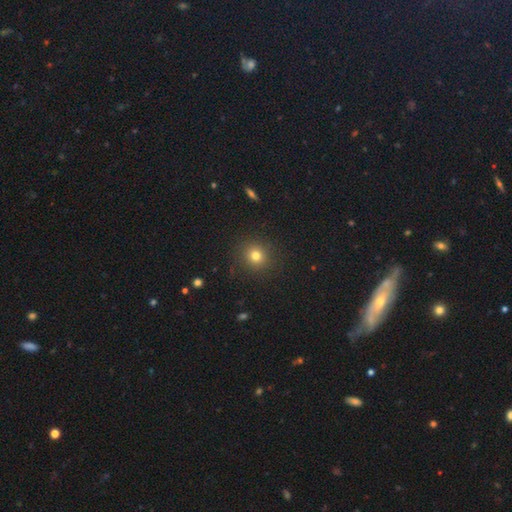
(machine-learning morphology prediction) Q: Smooth or featured?
A: smooth (78%); runner-up: star or artifact (15%)
Q: How rounded?
A: round (89%); runner-up: in between (10%)
Q: Merging?
A: none (90%); runner-up: minor disturbance (7%)